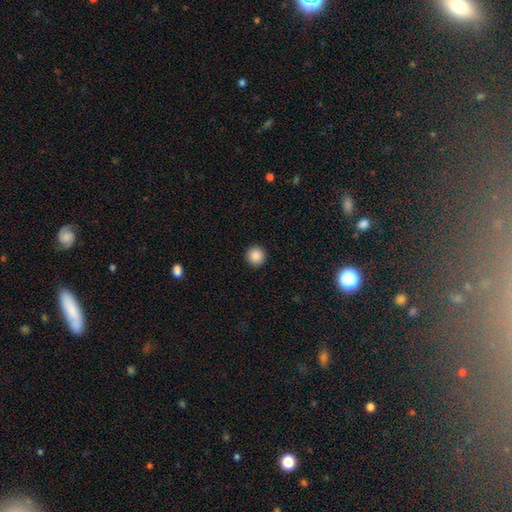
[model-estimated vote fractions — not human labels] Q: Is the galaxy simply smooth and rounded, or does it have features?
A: smooth — 88%.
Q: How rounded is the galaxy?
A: round — 95%.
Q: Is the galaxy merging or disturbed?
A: none — 93%.